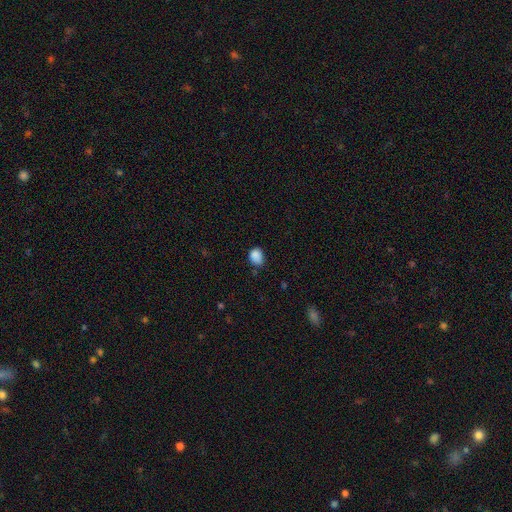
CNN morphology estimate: Smooth or featured: smooth — 87% (star or artifact — 9%)
How rounded: in between — 51% (round — 49%)
Merging: none — 68% (minor disturbance — 25%)